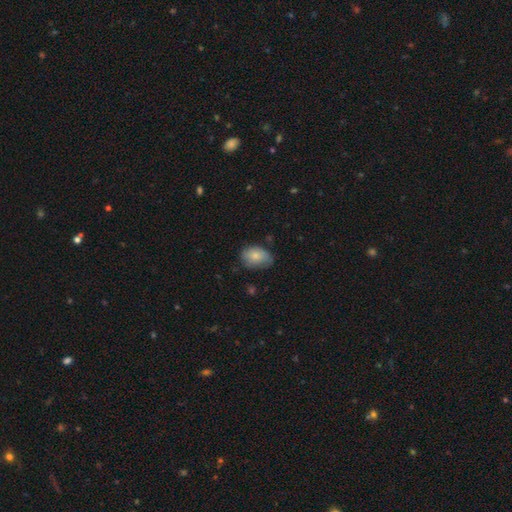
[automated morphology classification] smooth_or_featured: smooth (p=0.79) [alt: featured or disk p=0.13]
how_rounded: in between (p=0.82) [alt: round p=0.17]
merging: none (p=0.58) [alt: minor disturbance p=0.33]